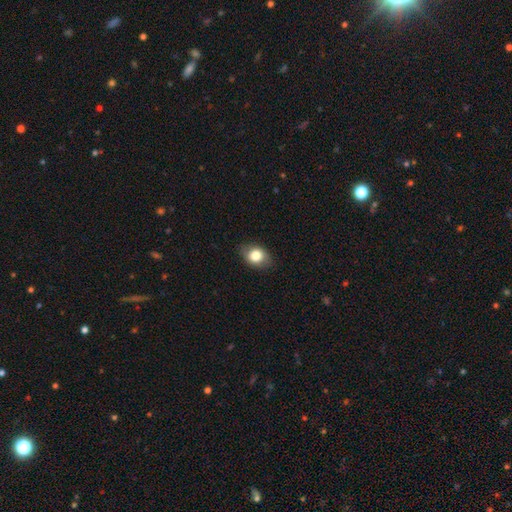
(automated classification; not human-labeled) This is likely a smooth galaxy (79%). How rounded: likely in between (69%). Merging: clearly none (84%).